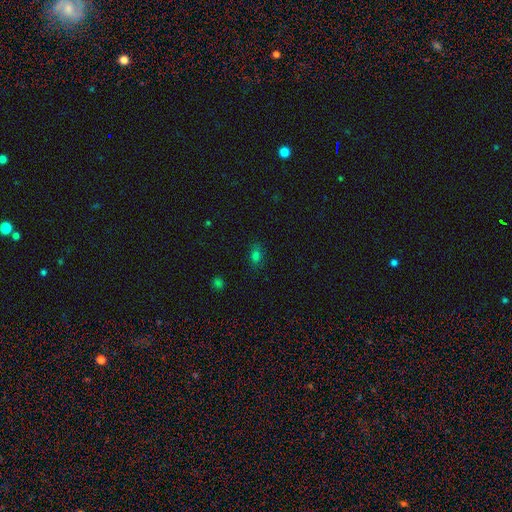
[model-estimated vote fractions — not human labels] Smooth or featured: smooth — 73% (star or artifact — 20%)
How rounded: in between — 73% (round — 24%)
Merging: none — 78% (minor disturbance — 16%)